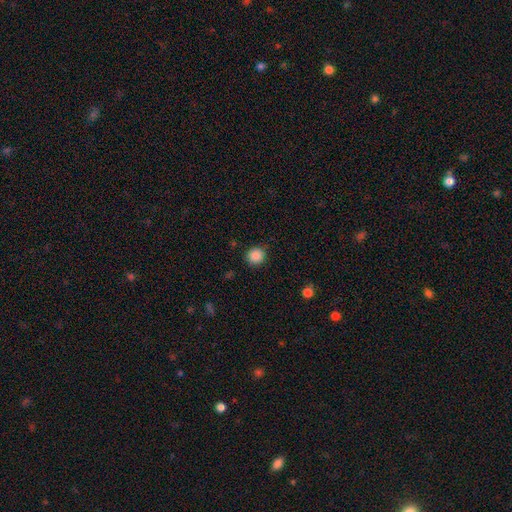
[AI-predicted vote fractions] This is clearly a smooth galaxy (87%). How rounded: clearly round (87%). Merging: clearly none (86%).